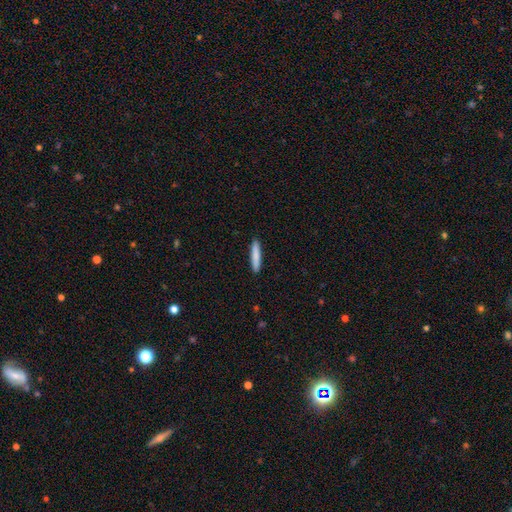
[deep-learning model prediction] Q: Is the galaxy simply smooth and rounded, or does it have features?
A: smooth — 82%.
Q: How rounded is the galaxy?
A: cigar-shaped — 91%.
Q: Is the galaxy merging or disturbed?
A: none — 92%.